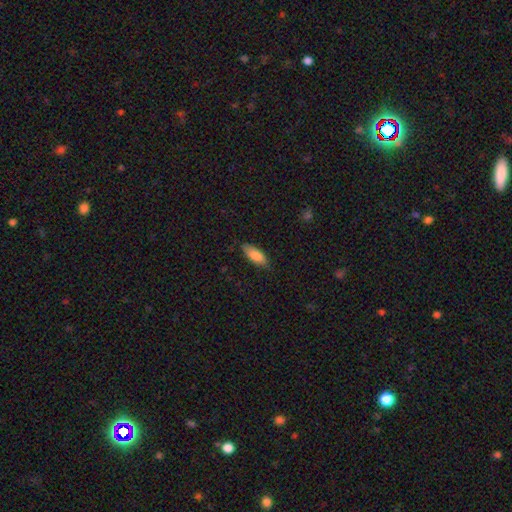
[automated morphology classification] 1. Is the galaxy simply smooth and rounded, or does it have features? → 83% smooth, 11% featured or disk, 6% star or artifact.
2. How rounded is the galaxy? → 72% in between, 26% cigar-shaped, 2% round.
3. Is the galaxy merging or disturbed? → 79% none, 16% minor disturbance, 3% major disturbance, 1% merger.